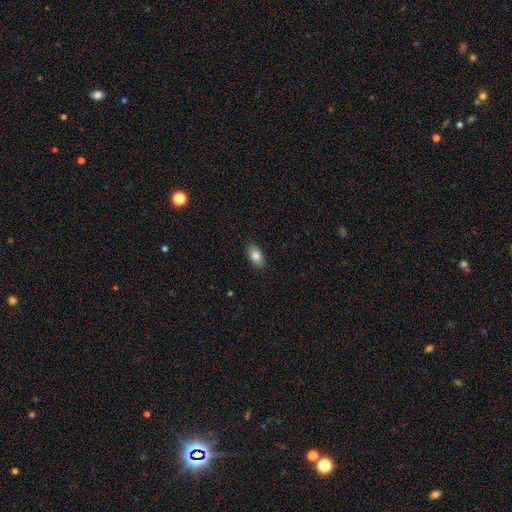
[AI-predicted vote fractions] smooth-or-featured: smooth: 83% | featured or disk: 9% | star or artifact: 7%
  how-rounded: in between: 92% | round: 5% | cigar-shaped: 4%
  merging: none: 88% | minor disturbance: 9% | major disturbance: 2% | merger: 1%